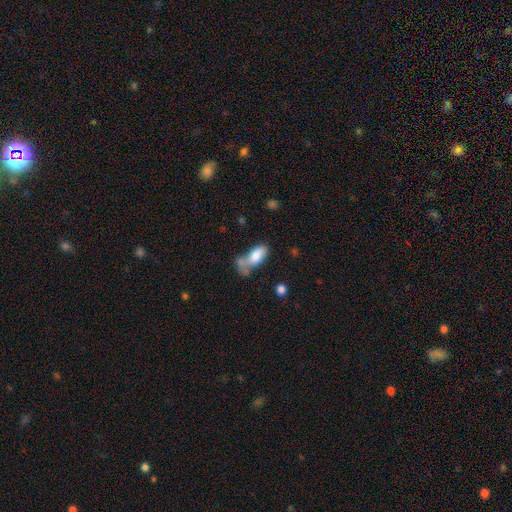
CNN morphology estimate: Smooth or featured: smooth — 77% (featured or disk — 15%)
How rounded: in between — 87% (cigar-shaped — 10%)
Merging: merger — 35% (none — 28%)